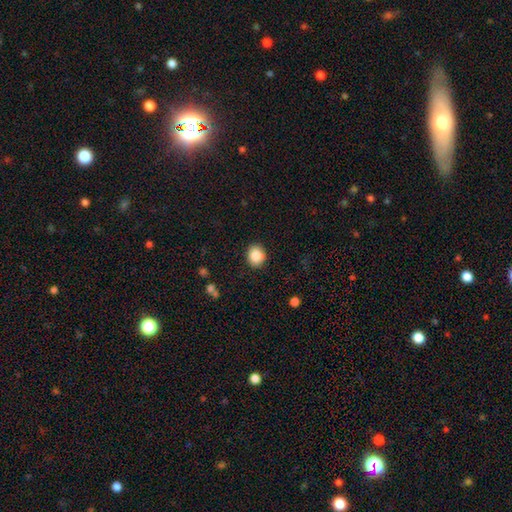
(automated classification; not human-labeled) This is clearly a smooth galaxy (86%). How rounded: likely round (68%). Merging: clearly none (89%).